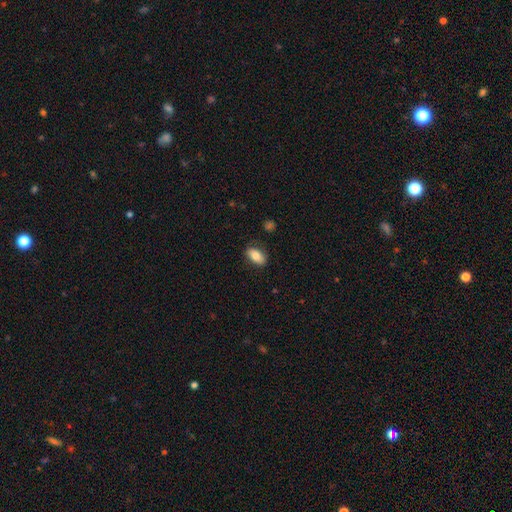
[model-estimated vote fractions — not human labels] Smooth or featured? smooth (80%)
How rounded? in between (90%)
Merging? none (81%)